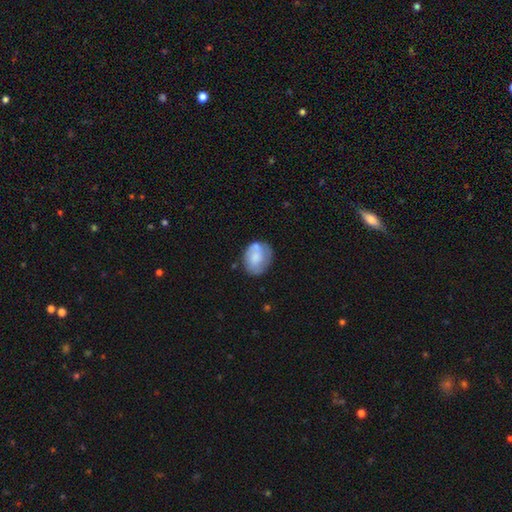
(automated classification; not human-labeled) This is likely a smooth galaxy (62%). How rounded: possibly in between (51%). Merging: possibly none (56%).